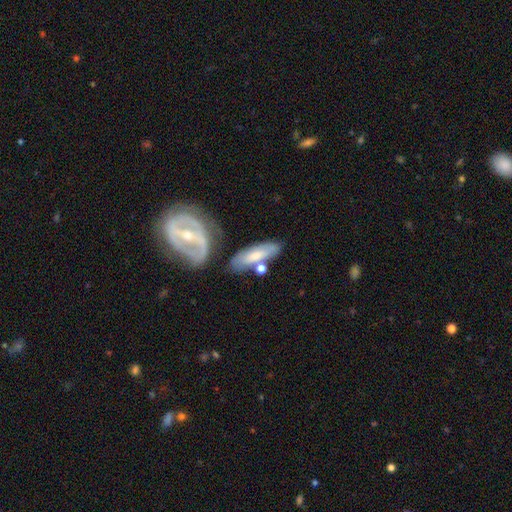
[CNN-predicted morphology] Smooth or featured?
  - smooth: 55% *
  - featured or disk: 38%
  - star or artifact: 6%
How rounded?
  - in between: 58% *
  - cigar-shaped: 39%
  - round: 3%
Merging?
  - none: 57% *
  - merger: 18%
  - minor disturbance: 18%
  - major disturbance: 7%